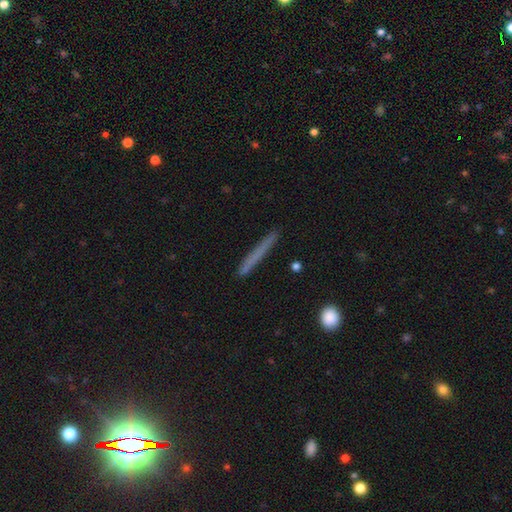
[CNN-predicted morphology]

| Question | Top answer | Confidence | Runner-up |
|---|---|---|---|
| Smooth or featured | smooth | 61% | featured or disk (31%) |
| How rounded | cigar-shaped | 96% | in between (2%) |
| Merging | none | 89% | minor disturbance (8%) |